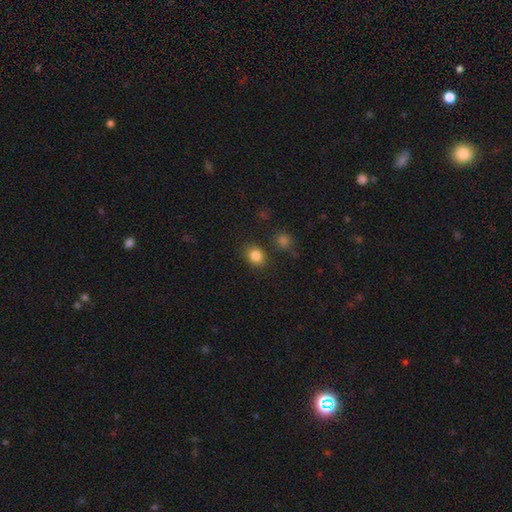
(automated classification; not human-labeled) Smooth or featured?
  - smooth: 84% *
  - star or artifact: 11%
  - featured or disk: 6%
How rounded?
  - round: 51% *
  - in between: 47%
  - cigar-shaped: 1%
Merging?
  - none: 80% *
  - minor disturbance: 11%
  - merger: 5%
  - major disturbance: 3%